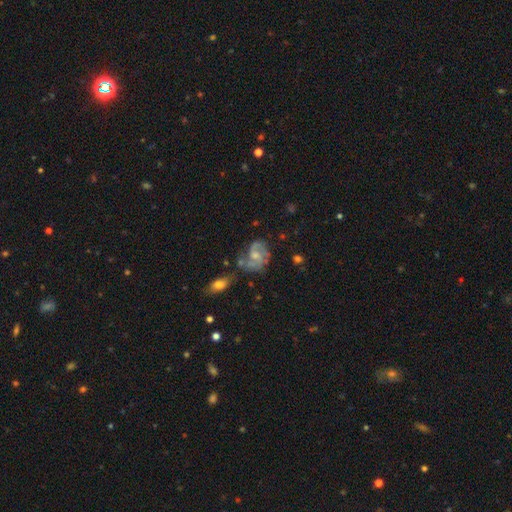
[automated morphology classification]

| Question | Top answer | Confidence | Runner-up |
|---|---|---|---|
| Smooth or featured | featured or disk | 78% | smooth (15%) |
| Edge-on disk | no | 98% | yes (2%) |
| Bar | no | 57% | weak (37%) |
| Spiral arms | yes | 92% | no (8%) |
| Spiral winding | medium | 52% | tight (29%) |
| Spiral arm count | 2 | 73% | can't tell (11%) |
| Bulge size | moderate | 45% | small (42%) |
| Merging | none | 48% | minor disturbance (23%) |